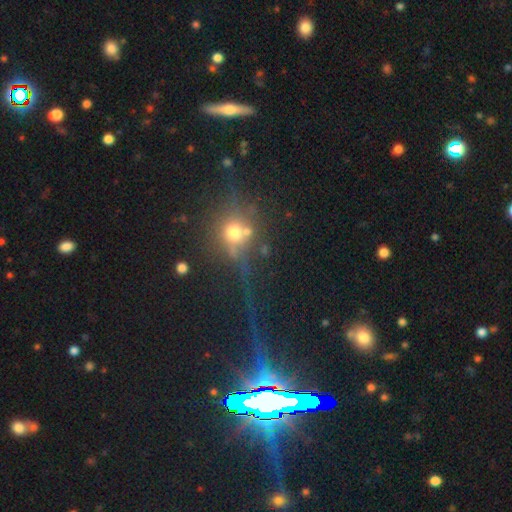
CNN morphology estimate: The model was most divided on "smooth or featured": star or artifact: 56%, smooth: 28%, featured or disk: 15%.